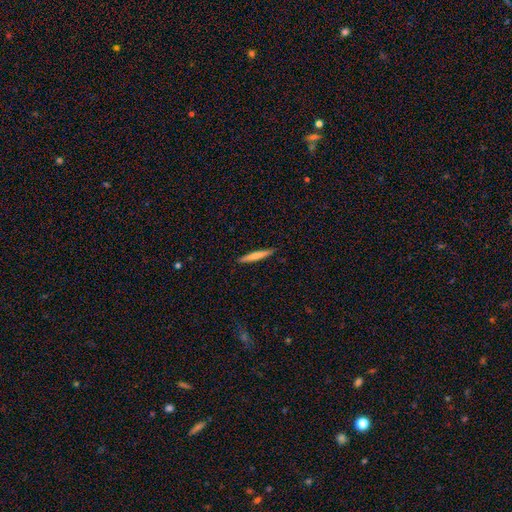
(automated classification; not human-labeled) The model was most divided on "smooth or featured": smooth: 65%, featured or disk: 29%, star or artifact: 5%. More confident: how rounded — cigar-shaped (95%); merging — none (91%).